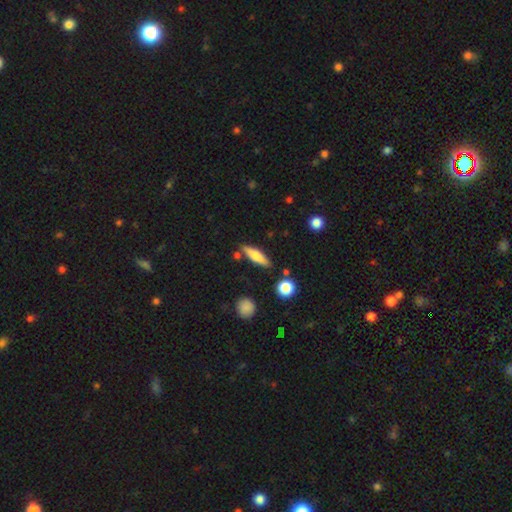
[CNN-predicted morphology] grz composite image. It shows a smooth galaxy with no disk features (68%) that is cigar-shaped (66%). Merging: none (80%).